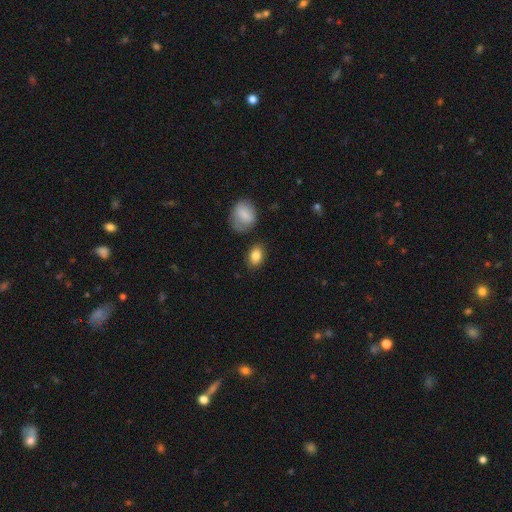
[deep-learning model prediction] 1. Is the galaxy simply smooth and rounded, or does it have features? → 84% smooth, 9% featured or disk, 8% star or artifact.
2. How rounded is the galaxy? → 81% in between, 18% round, 2% cigar-shaped.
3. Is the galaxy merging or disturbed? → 80% none, 12% minor disturbance, 4% merger, 3% major disturbance.